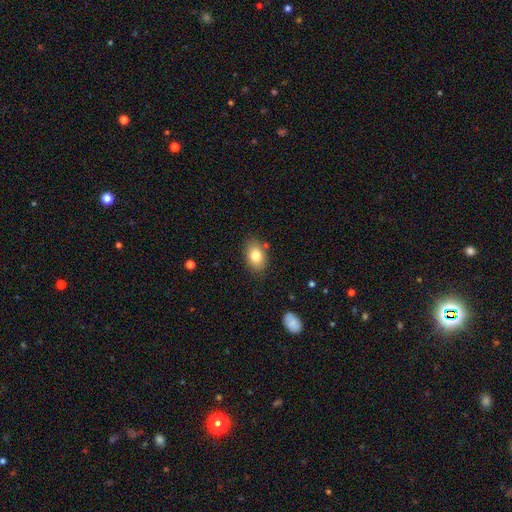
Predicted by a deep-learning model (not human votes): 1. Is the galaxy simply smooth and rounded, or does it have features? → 81% smooth, 11% featured or disk, 8% star or artifact.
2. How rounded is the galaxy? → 84% in between, 15% round, 1% cigar-shaped.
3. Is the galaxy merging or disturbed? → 81% none, 13% minor disturbance, 3% merger, 3% major disturbance.